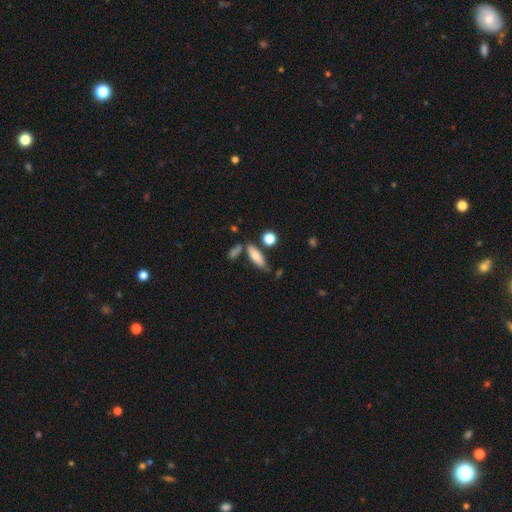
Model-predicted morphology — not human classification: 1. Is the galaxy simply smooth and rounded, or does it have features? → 75% smooth, 17% featured or disk, 8% star or artifact.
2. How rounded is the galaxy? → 49% in between, 48% cigar-shaped, 4% round.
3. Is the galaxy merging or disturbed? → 71% none, 15% minor disturbance, 10% merger, 4% major disturbance.